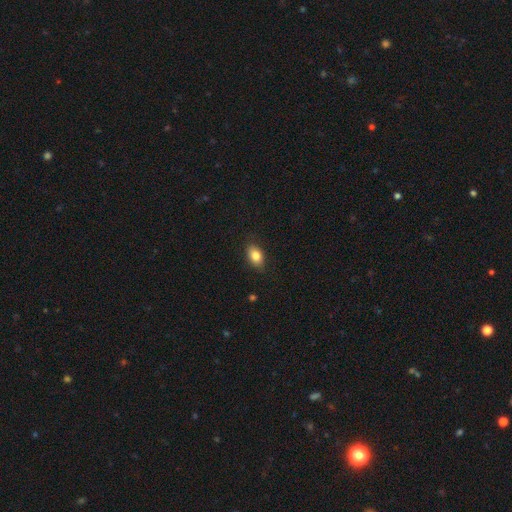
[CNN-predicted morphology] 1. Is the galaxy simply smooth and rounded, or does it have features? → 84% smooth, 8% featured or disk, 8% star or artifact.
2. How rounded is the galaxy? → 84% in between, 14% round, 2% cigar-shaped.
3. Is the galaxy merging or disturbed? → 85% none, 12% minor disturbance, 3% major disturbance, 1% merger.